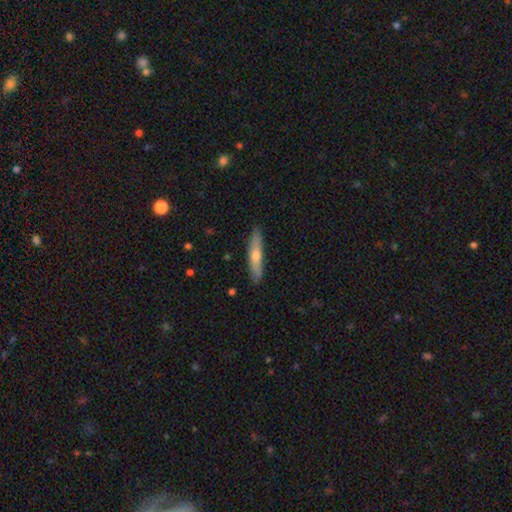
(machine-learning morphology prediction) Q: Smooth or featured?
A: smooth (52%); runner-up: featured or disk (42%)
Q: How rounded?
A: cigar-shaped (87%); runner-up: in between (11%)
Q: Merging?
A: none (88%); runner-up: minor disturbance (9%)